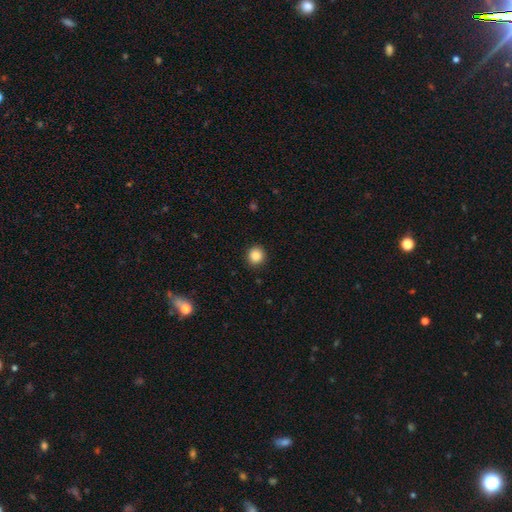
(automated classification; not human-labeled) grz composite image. It shows a smooth galaxy with no disk features (87%) that is round (90%). Merging: none (92%).